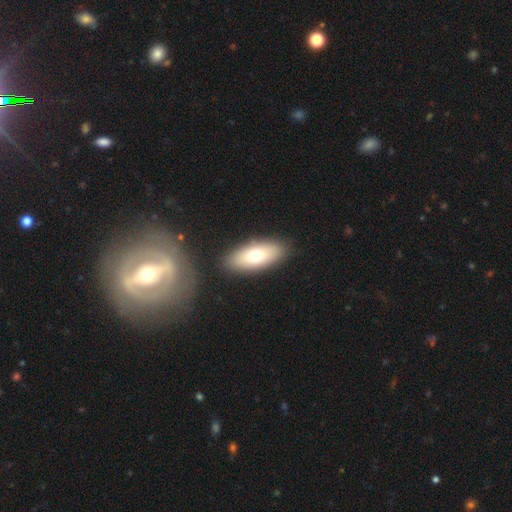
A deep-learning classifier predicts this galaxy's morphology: Overall: smooth (69%). How rounded: in between (83%). Merging: none (87%).